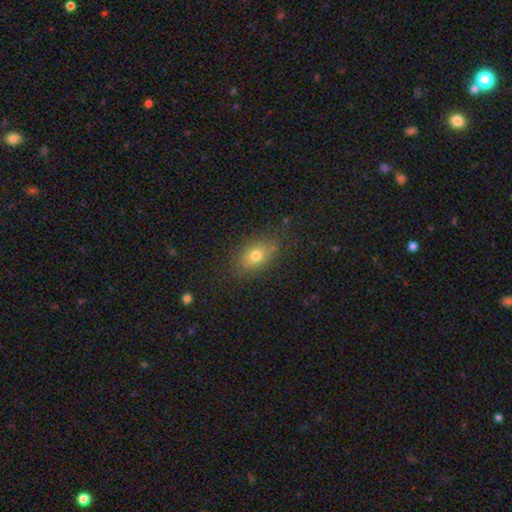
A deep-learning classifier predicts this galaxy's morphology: A smooth galaxy with no disk features (76%) that is in between round and cigar-shaped (75%). Merging: none (81%).